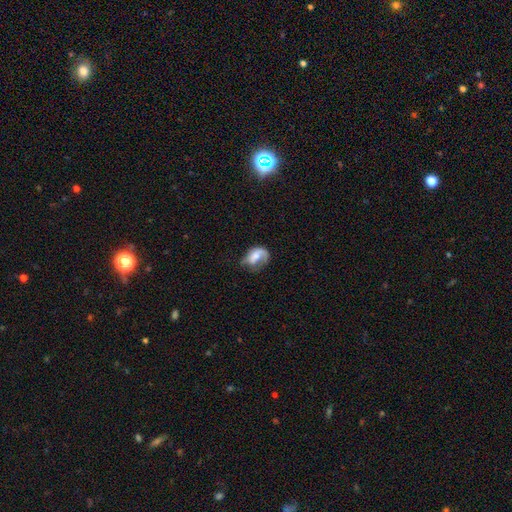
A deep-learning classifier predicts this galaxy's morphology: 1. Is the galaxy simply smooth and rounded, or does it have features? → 52% featured or disk, 41% smooth, 8% star or artifact.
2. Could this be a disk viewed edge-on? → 97% no, 3% yes.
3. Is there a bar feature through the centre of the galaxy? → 59% no, 31% weak, 10% strong.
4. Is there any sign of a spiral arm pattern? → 74% yes, 26% no.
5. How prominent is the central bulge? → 48% moderate, 28% small, 12% large, 10% none, 2% dominant.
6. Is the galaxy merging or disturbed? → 36% none, 33% major disturbance, 28% minor disturbance, 3% merger.